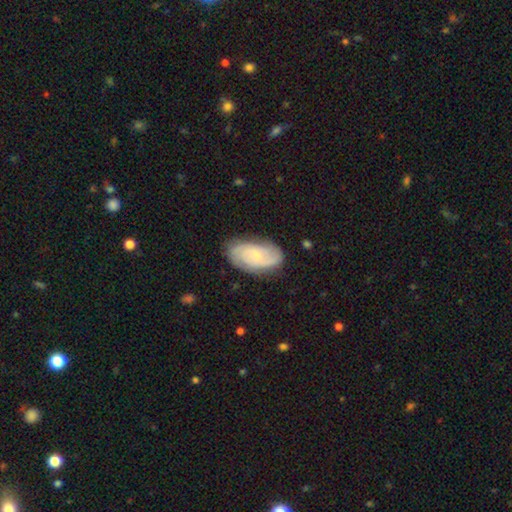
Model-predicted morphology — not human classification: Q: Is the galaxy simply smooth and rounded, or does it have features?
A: featured or disk — 64%.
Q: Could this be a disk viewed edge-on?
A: no — 95%.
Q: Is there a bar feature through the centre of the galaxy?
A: no — 67%.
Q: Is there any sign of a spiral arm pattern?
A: yes — 91%.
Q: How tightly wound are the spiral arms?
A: tight — 43%.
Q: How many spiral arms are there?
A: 2 — 49%.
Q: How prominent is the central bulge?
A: small — 73%.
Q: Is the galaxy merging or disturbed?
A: none — 77%.